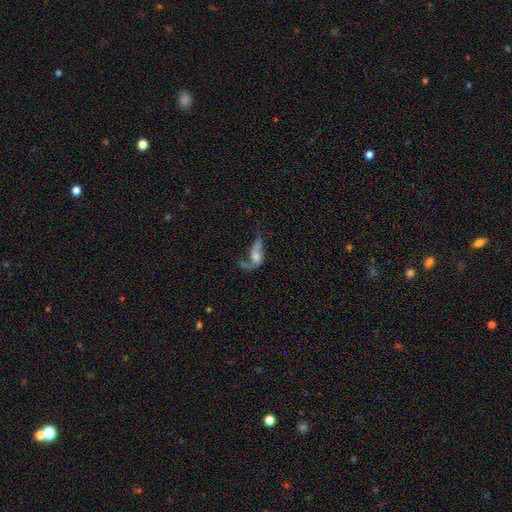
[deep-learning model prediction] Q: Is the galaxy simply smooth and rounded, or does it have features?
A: featured or disk — 60%.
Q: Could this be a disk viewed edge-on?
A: no — 93%.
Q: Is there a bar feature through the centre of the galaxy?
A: no — 71%.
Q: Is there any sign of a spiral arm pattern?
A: yes — 69%.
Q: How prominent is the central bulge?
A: moderate — 41%.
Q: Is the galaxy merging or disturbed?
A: major disturbance — 49%.